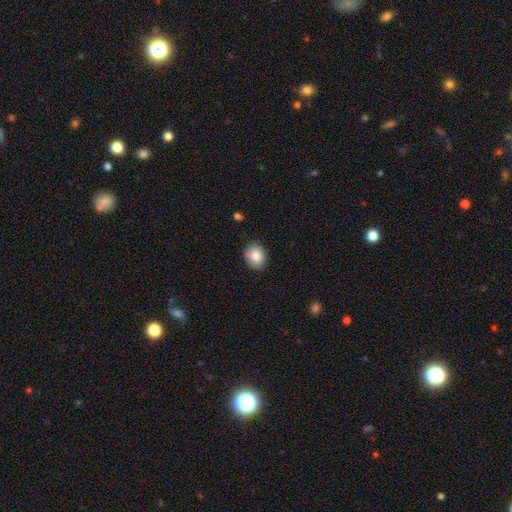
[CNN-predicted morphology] A smooth galaxy with no disk features (86%) that is in between round and cigar-shaped (56%).

Vote fractions:
- Smooth or featured? smooth: 86% / star or artifact: 8% / featured or disk: 7%
- How rounded? in between: 56% / round: 44% / cigar-shaped: 1%
- Merging? none: 83% / minor disturbance: 13% / major disturbance: 2% / merger: 1%